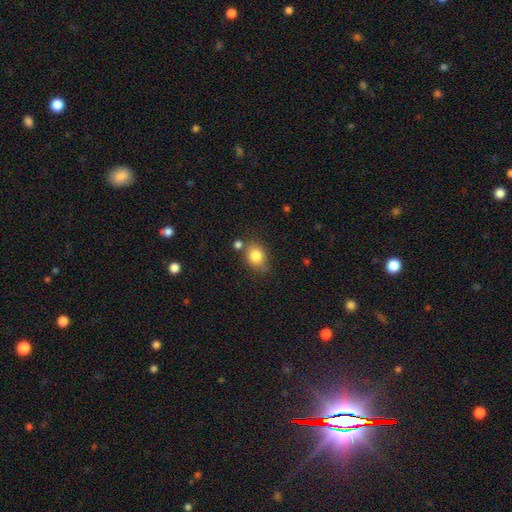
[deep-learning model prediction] Overall: smooth (82%). How rounded: round (50%; in between 49%). Merging: none (66%).